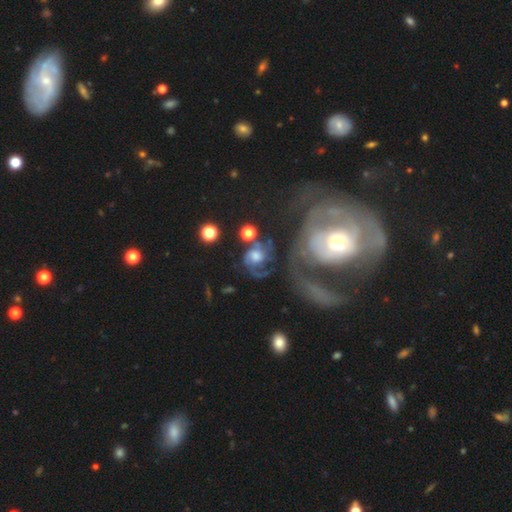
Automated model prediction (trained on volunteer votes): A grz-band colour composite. It shows a featured or disk galaxy (68%) with no bar (70%), 2 (51%) medium (45%) spiral arms (89%) and a moderate central bulge (40%). Merging: none (42%).